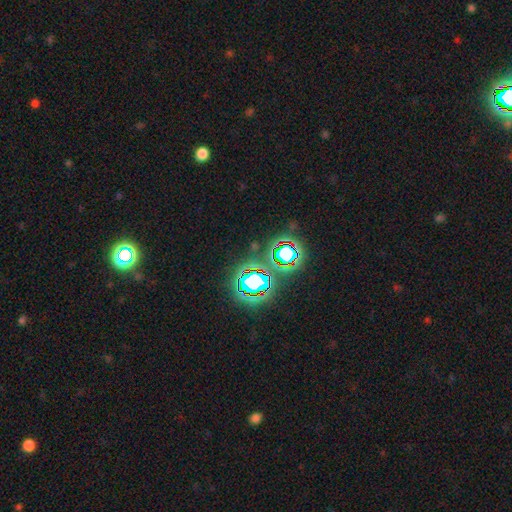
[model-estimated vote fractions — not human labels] Smooth or featured? star or artifact (78%)